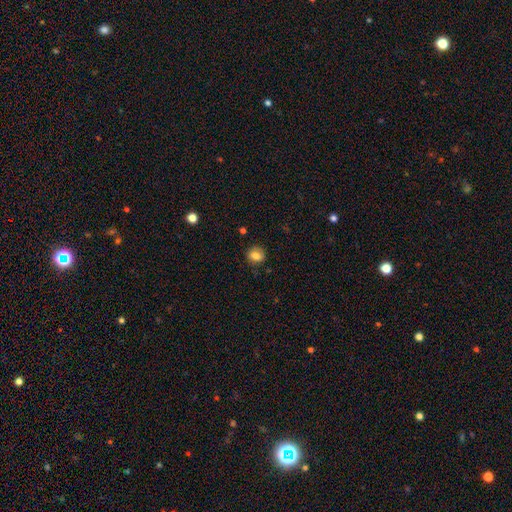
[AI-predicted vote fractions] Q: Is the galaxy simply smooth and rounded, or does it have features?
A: smooth — 80%.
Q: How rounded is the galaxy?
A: round — 69%.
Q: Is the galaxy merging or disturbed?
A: none — 83%.